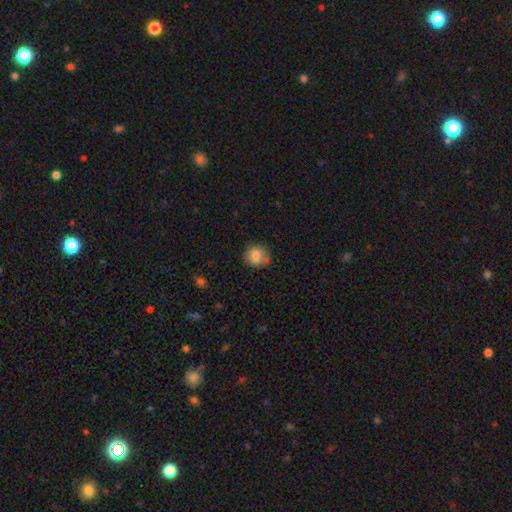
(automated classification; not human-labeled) smooth 81%, featured or disk 10%, star or artifact 9%. Down the decision tree: how rounded — round (82%); merging — none (73%).